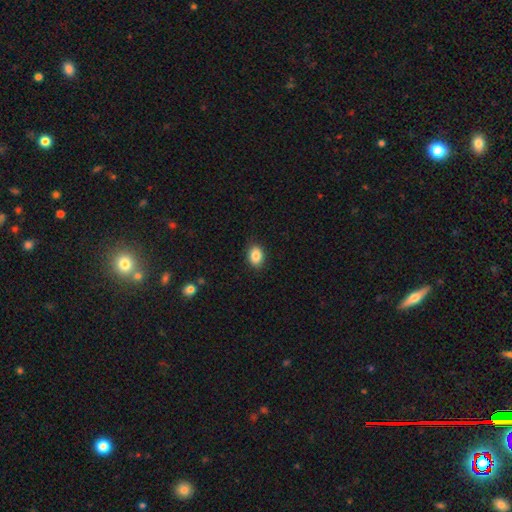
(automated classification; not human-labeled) Morphology: type=smooth (86%); roundness=in between (73%); merging=none (88%).